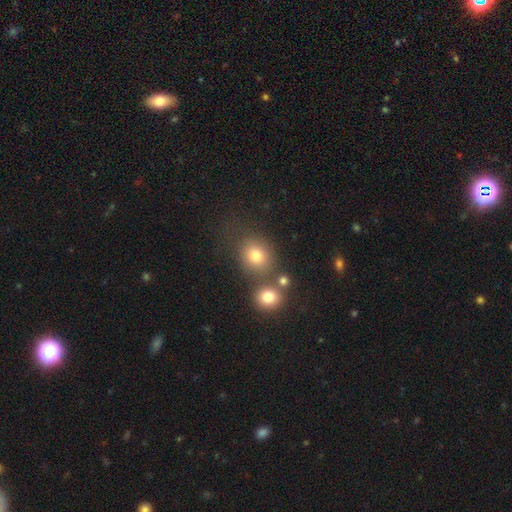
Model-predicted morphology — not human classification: Q: Smooth or featured?
A: smooth (76%); runner-up: star or artifact (15%)
Q: How rounded?
A: round (72%); runner-up: in between (27%)
Q: Merging?
A: none (65%); runner-up: merger (19%)